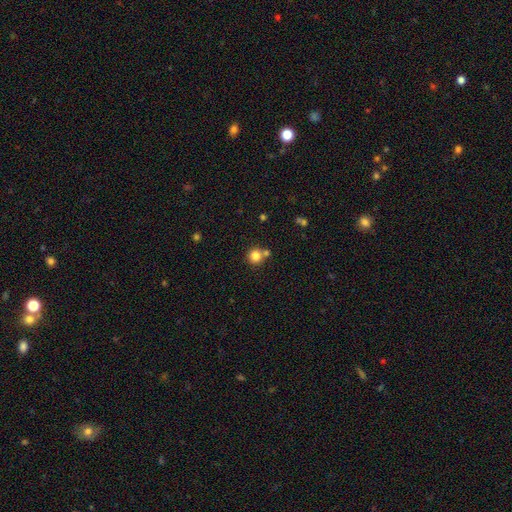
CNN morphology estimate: smooth-or-featured: smooth: 82% | star or artifact: 12% | featured or disk: 6%
  how-rounded: round: 93% | in between: 6% | cigar-shaped: 1%
  merging: none: 67% | merger: 22% | minor disturbance: 8% | major disturbance: 3%